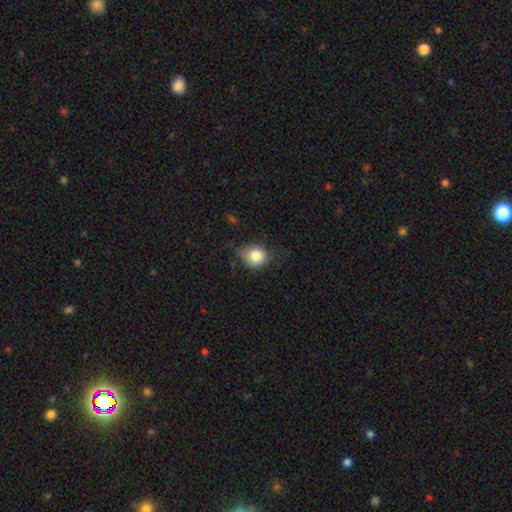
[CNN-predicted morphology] Q: Smooth or featured?
A: smooth (82%); runner-up: star or artifact (10%)
Q: How rounded?
A: round (79%); runner-up: in between (20%)
Q: Merging?
A: none (61%); runner-up: minor disturbance (30%)